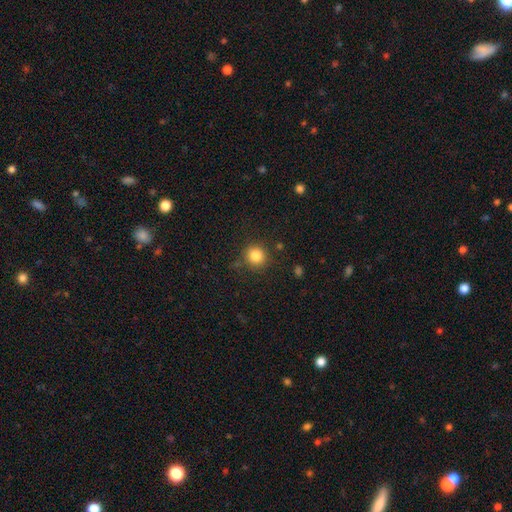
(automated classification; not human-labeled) smooth-or-featured: smooth: 84% | star or artifact: 11% | featured or disk: 5%
  how-rounded: round: 92% | in between: 7% | cigar-shaped: 1%
  merging: none: 85% | minor disturbance: 9% | major disturbance: 3% | merger: 3%